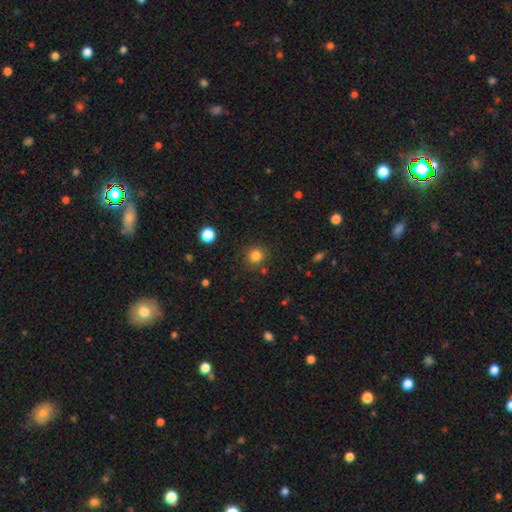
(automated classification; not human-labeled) Smooth or featured? Predicted: smooth (p=0.82). How rounded? Predicted: round (p=0.91). Merging? Predicted: none (p=0.85).